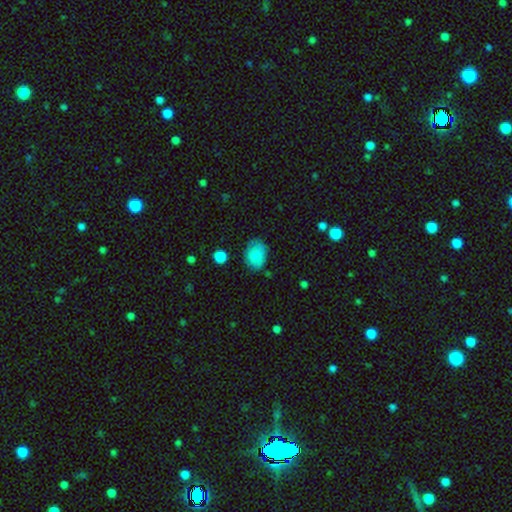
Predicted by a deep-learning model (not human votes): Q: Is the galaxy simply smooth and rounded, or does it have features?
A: smooth — 84%.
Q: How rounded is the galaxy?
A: in between — 72%.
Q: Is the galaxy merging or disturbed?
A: none — 69%.